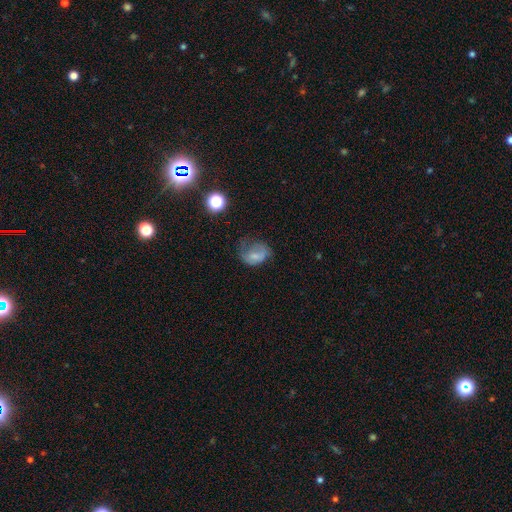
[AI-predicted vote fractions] smooth 58%, featured or disk 30%, star or artifact 11%. Down the decision tree: how rounded — in between (60%); merging — major disturbance (36%).